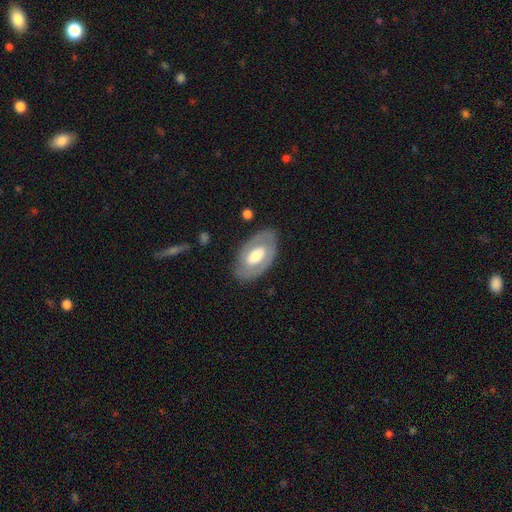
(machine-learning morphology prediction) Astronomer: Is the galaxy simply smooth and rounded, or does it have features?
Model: featured or disk — 56% (runner-up: smooth, 39%).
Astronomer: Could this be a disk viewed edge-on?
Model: no — 90%.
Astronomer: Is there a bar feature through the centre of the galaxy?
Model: no — 63%.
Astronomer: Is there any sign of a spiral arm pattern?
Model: no — 72%.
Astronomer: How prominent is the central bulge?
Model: moderate — 55%.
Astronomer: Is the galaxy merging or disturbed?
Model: none — 80%.